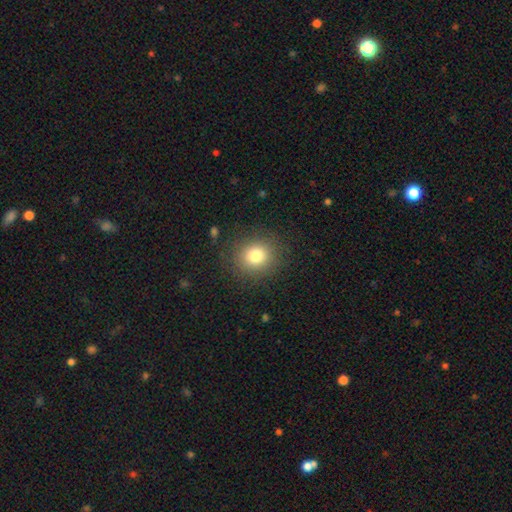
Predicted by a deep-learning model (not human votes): Smooth or featured?
  - smooth: 79% *
  - star or artifact: 13%
  - featured or disk: 9%
How rounded?
  - round: 84% *
  - in between: 15%
  - cigar-shaped: 1%
Merging?
  - none: 87% *
  - minor disturbance: 8%
  - major disturbance: 4%
  - merger: 1%